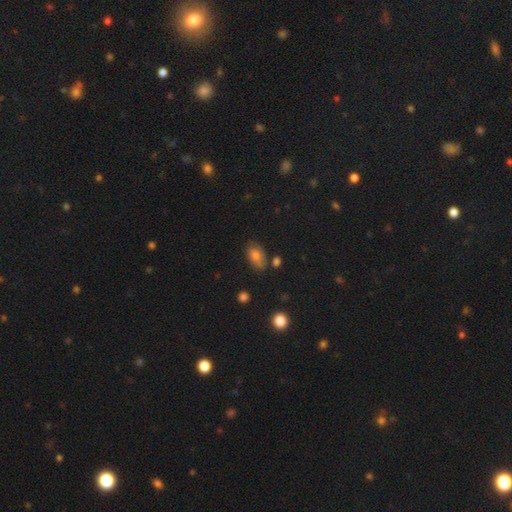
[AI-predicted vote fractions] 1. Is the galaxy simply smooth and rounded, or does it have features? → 74% smooth, 14% featured or disk, 12% star or artifact.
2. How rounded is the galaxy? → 85% in between, 13% round, 2% cigar-shaped.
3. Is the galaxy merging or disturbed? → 66% none, 22% minor disturbance, 6% merger, 6% major disturbance.